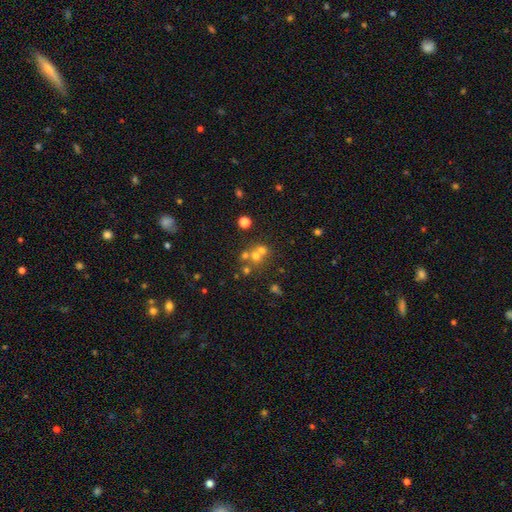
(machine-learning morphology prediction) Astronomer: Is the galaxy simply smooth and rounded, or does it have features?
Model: smooth — 53%.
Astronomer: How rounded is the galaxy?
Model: round — 83%.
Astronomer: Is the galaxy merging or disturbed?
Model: merger — 47% (runner-up: none, 42%).